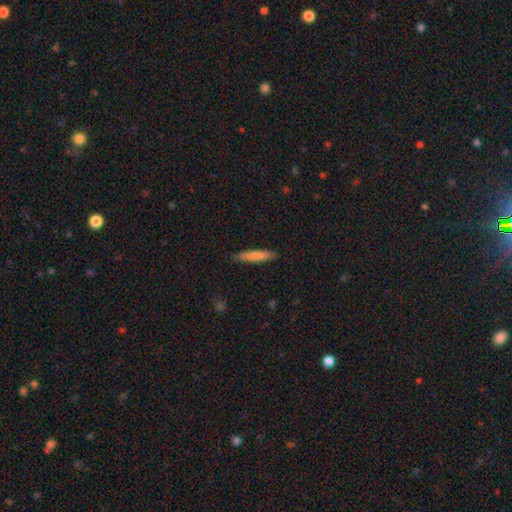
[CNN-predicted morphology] This is likely a smooth galaxy (77%). How rounded: clearly cigar-shaped (91%). Merging: clearly none (88%).